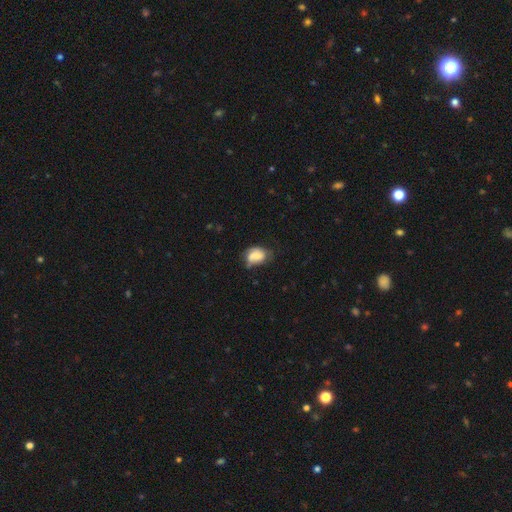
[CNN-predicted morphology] A smooth galaxy with no disk features (66%) that is in between round and cigar-shaped (72%).

Vote fractions:
- Smooth or featured? smooth: 66% / featured or disk: 25% / star or artifact: 9%
- How rounded? in between: 72% / round: 26% / cigar-shaped: 1%
- Merging? none: 39% / minor disturbance: 37% / major disturbance: 17% / merger: 6%